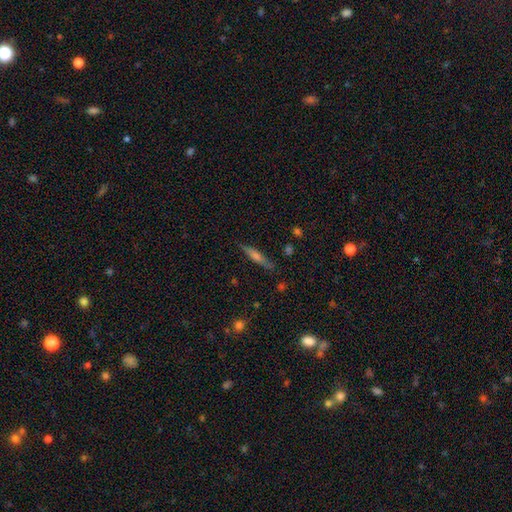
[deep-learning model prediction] This is possibly a featured or disk galaxy (53%). It is clearly viewed edge-on (95%). Merging: clearly none (88%).